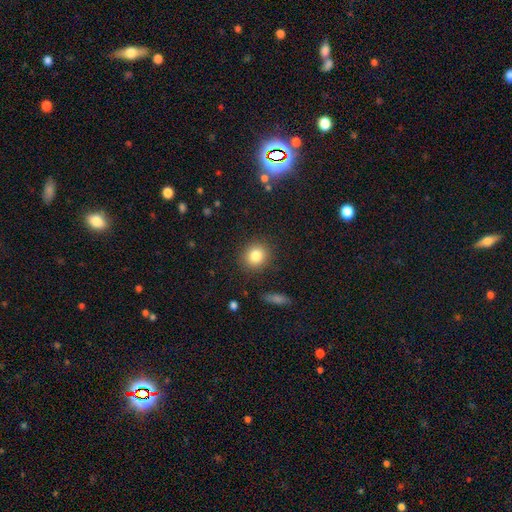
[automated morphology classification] smooth-or-featured: smooth: 82% | star or artifact: 10% | featured or disk: 7%
  how-rounded: round: 83% | in between: 16% | cigar-shaped: 1%
  merging: none: 88% | minor disturbance: 7% | major disturbance: 3% | merger: 2%